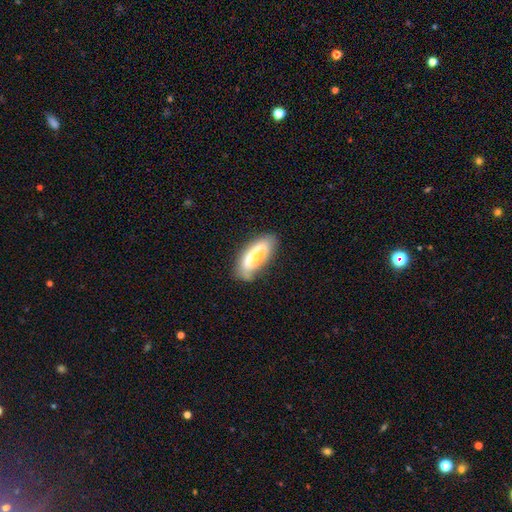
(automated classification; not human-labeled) smooth_or_featured: smooth (p=0.58) [alt: featured or disk p=0.34]
how_rounded: in between (p=0.68) [alt: cigar-shaped p=0.30]
merging: none (p=0.60) [alt: minor disturbance p=0.26]